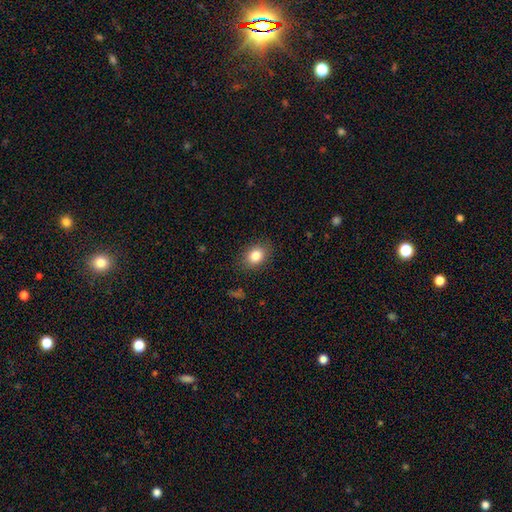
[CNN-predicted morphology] type=smooth (84%); roundness=in between (55%); merging=none (85%).